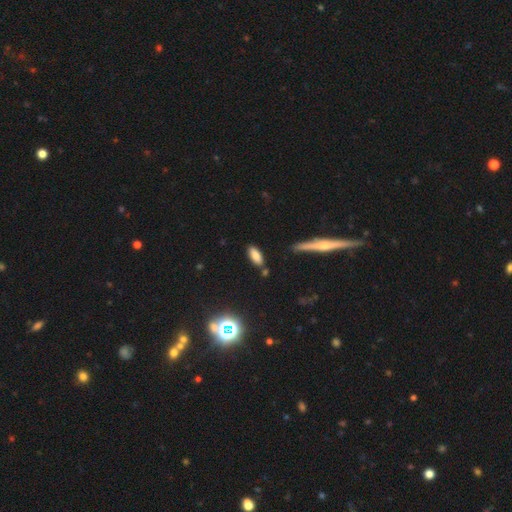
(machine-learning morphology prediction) The model was most divided on "how rounded": in between: 79%, cigar-shaped: 19%, round: 3%. More confident: merging — none (81%); smooth or featured — smooth (81%).